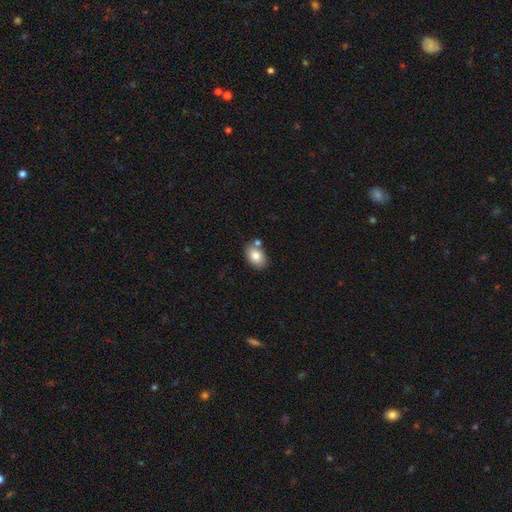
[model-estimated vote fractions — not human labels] This is clearly a smooth galaxy (81%). How rounded: clearly in between (84%). Merging: likely none (71%).